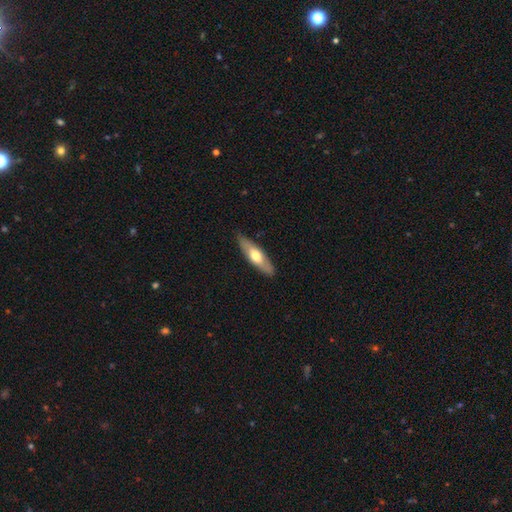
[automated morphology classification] A smooth galaxy with no disk features (53%) that is cigar-shaped (56%). Merging: none (86%).